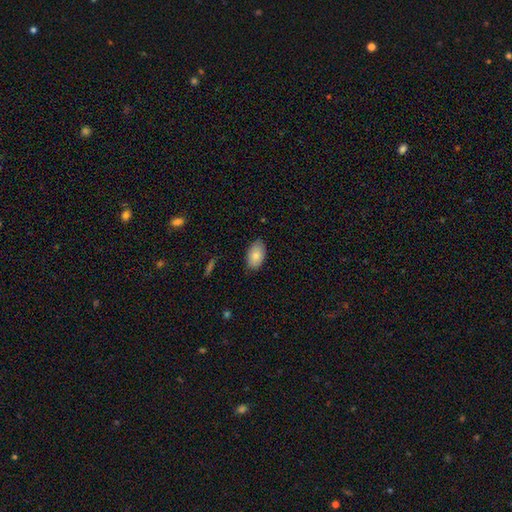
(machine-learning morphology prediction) A smooth galaxy with no disk features (84%) that is in between round and cigar-shaped (93%). Merging: none (82%).